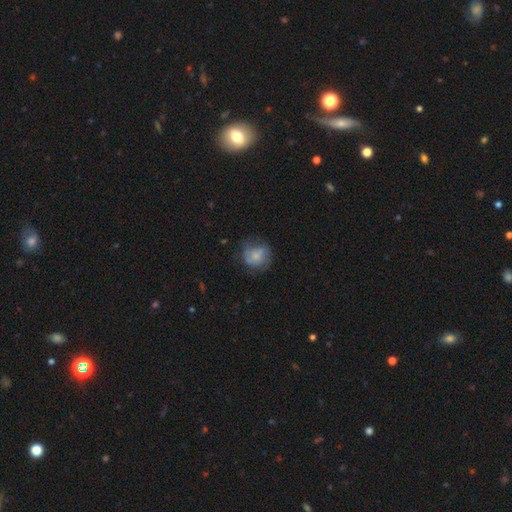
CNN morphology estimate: Smooth or featured? smooth (60%)
How rounded? round (79%)
Merging? none (57%)